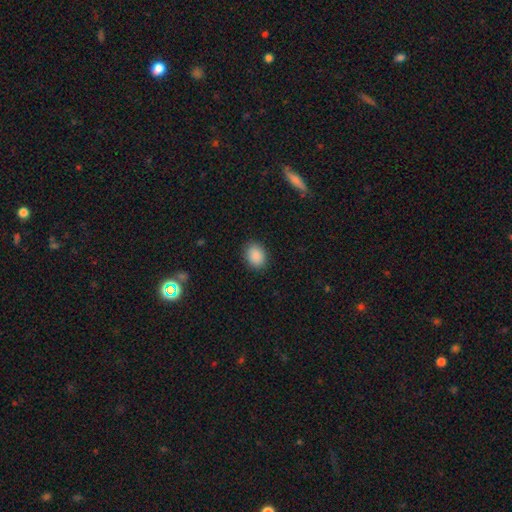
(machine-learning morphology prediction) Smooth or featured? smooth (87%)
How rounded? in between (58%)
Merging? none (88%)